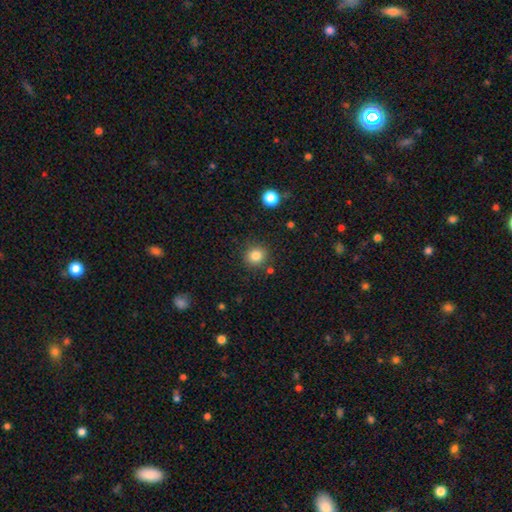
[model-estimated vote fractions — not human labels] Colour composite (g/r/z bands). It shows a smooth galaxy with no disk features (82%) that is round (90%). Merging: none (87%).